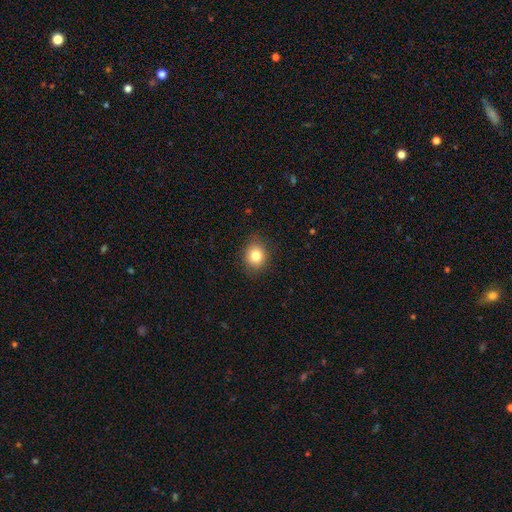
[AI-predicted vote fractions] Smooth or featured? smooth (82%)
How rounded? round (70%)
Merging? none (86%)